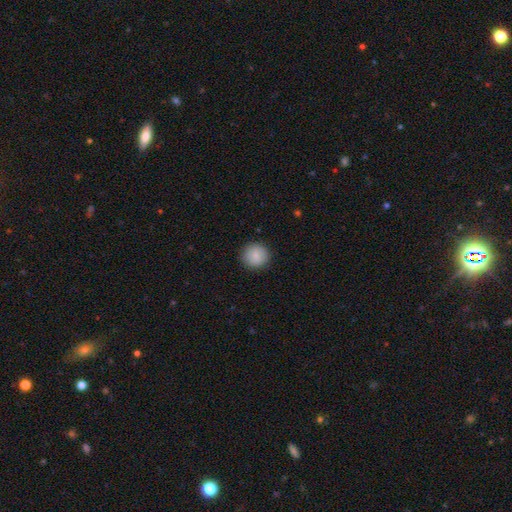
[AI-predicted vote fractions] smooth-or-featured: smooth: 87% | star or artifact: 8% | featured or disk: 6%
  how-rounded: round: 93% | in between: 6% | cigar-shaped: 1%
  merging: none: 91% | minor disturbance: 6% | major disturbance: 2% | merger: 1%